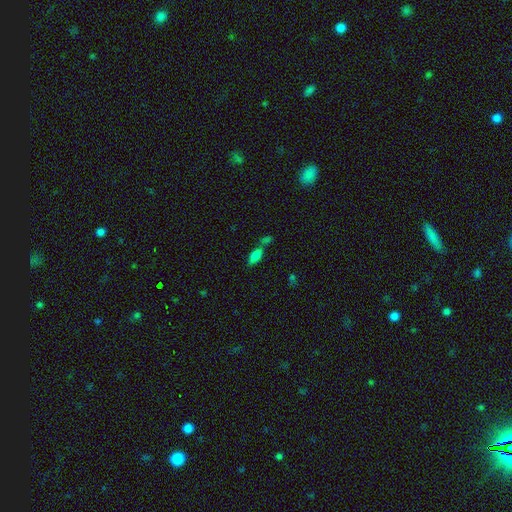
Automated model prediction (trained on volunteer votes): The model was most divided on "merging": none: 45%, merger: 36%, minor disturbance: 13%, major disturbance: 6%. More confident: how rounded — in between (78%); smooth or featured — smooth (76%).